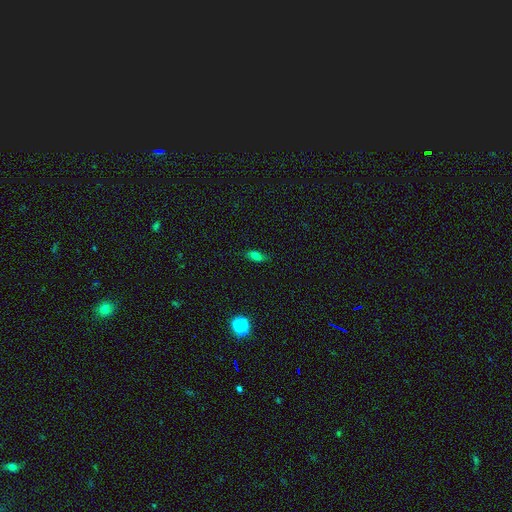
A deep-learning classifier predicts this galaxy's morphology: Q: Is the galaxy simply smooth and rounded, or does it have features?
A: smooth — 70%.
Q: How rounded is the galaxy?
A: in between — 76%.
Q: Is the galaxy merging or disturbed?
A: none — 80%.